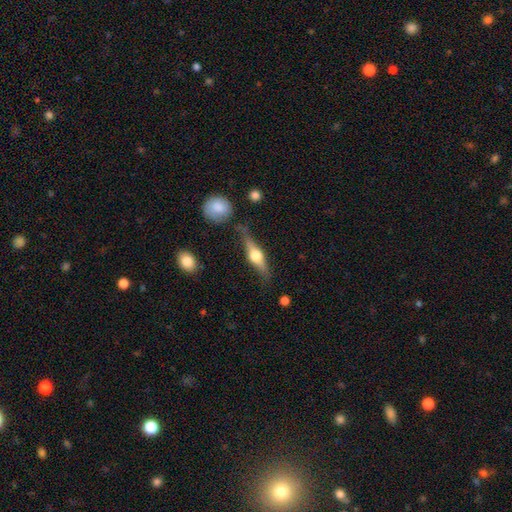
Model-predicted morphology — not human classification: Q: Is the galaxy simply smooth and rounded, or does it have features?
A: featured or disk — 70%.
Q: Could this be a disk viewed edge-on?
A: yes — 95%.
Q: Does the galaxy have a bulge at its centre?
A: rounded — 95%.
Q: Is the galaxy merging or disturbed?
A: none — 77%.